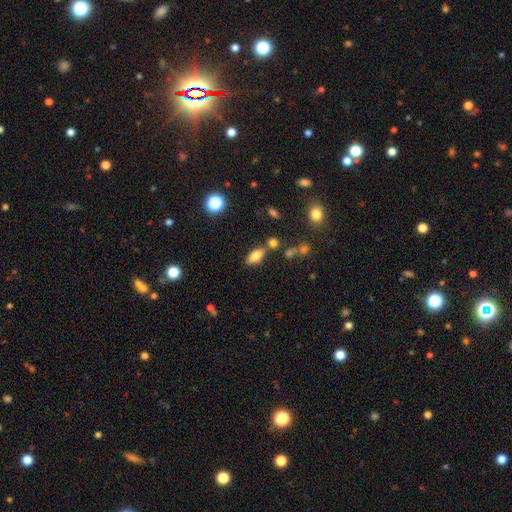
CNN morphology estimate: A smooth galaxy with no disk features (77%) that is in between round and cigar-shaped (85%).

Vote fractions:
- Smooth or featured? smooth: 77% / featured or disk: 13% / star or artifact: 11%
- How rounded? in between: 85% / cigar-shaped: 11% / round: 5%
- Merging? none: 70% / minor disturbance: 14% / merger: 12% / major disturbance: 4%